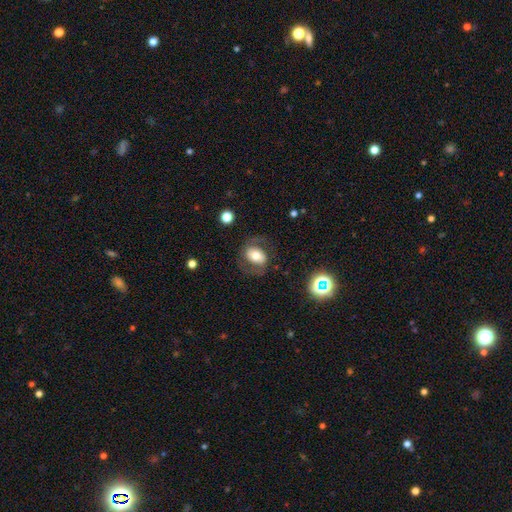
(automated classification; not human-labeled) Q: Smooth or featured?
A: featured or disk (49%); runner-up: smooth (42%)
Q: Merging?
A: none (70%); runner-up: minor disturbance (15%)